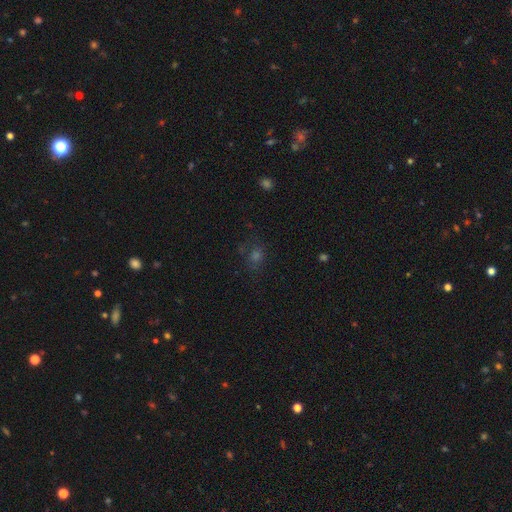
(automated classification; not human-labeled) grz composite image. It shows a smooth galaxy with no disk features (44%). Merging: none (71%).